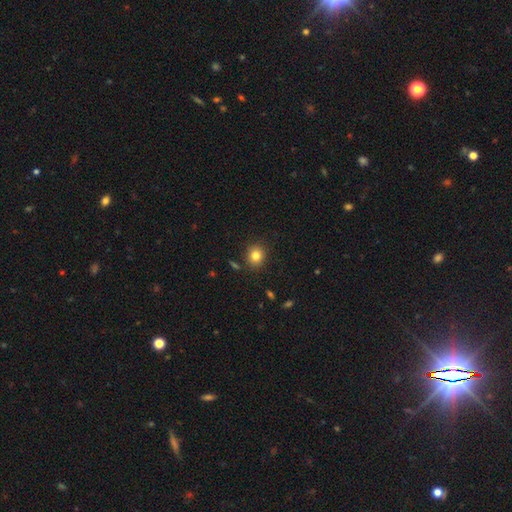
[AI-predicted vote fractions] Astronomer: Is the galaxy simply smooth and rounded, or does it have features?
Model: smooth — 82%.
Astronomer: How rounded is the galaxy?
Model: round — 77%.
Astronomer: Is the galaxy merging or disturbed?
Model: none — 88%.